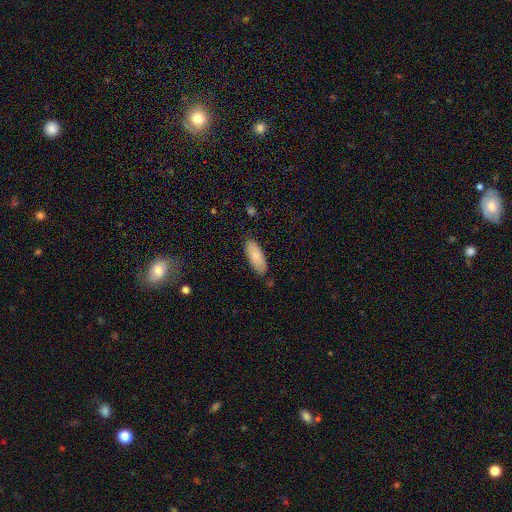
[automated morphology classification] Smooth or featured? smooth (79%)
How rounded? in between (79%)
Merging? none (83%)